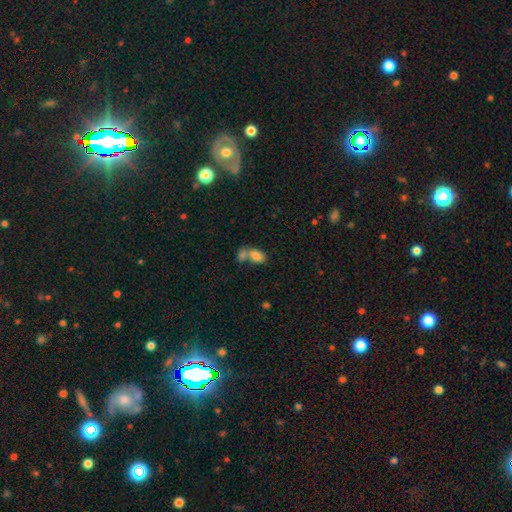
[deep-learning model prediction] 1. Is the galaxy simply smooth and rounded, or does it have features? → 82% smooth, 9% star or artifact, 9% featured or disk.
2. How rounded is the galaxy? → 91% in between, 7% round, 2% cigar-shaped.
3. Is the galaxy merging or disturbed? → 56% merger, 31% none, 9% minor disturbance, 4% major disturbance.